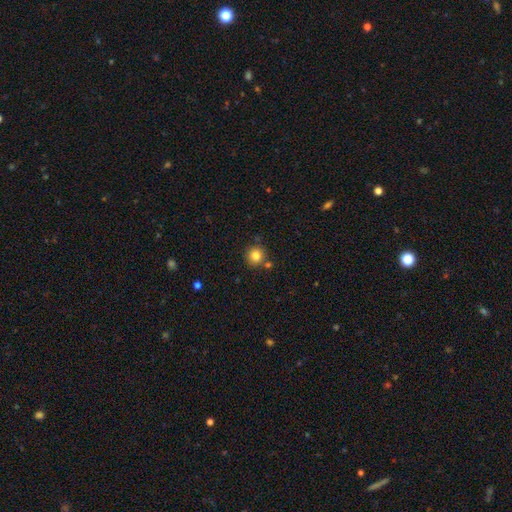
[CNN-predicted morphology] Smooth or featured? Predicted: smooth (p=0.82). How rounded? Predicted: round (p=0.94). Merging? Predicted: none (p=0.81).